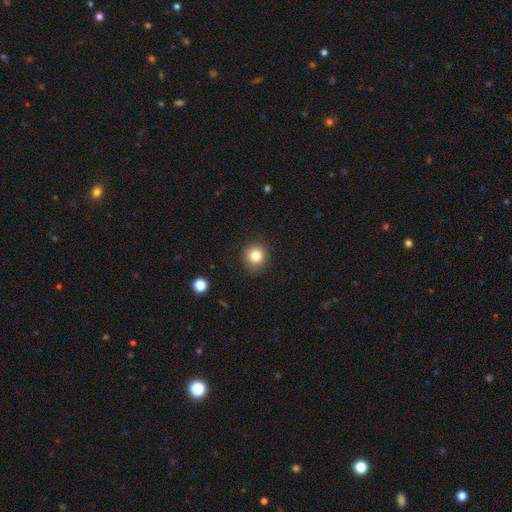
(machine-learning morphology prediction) Smooth or featured?
  - smooth: 82% *
  - star or artifact: 11%
  - featured or disk: 7%
How rounded?
  - round: 91% *
  - in between: 8%
  - cigar-shaped: 1%
Merging?
  - none: 90% *
  - minor disturbance: 6%
  - major disturbance: 2%
  - merger: 1%